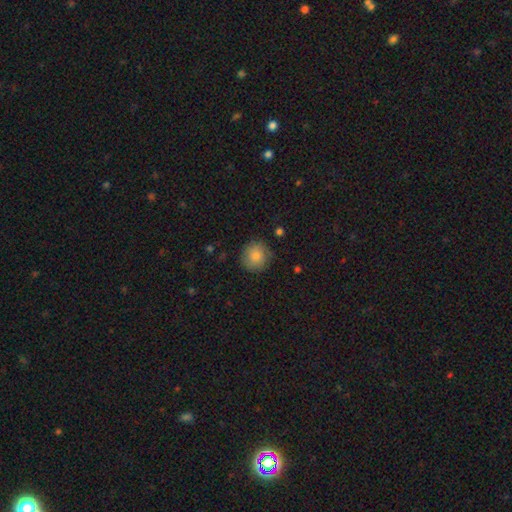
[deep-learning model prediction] A smooth galaxy with no disk features (81%) that is round (91%).

Vote fractions:
- Smooth or featured? smooth: 81% / featured or disk: 10% / star or artifact: 9%
- How rounded? round: 91% / in between: 8% / cigar-shaped: 1%
- Merging? none: 85% / minor disturbance: 11% / major disturbance: 3% / merger: 1%